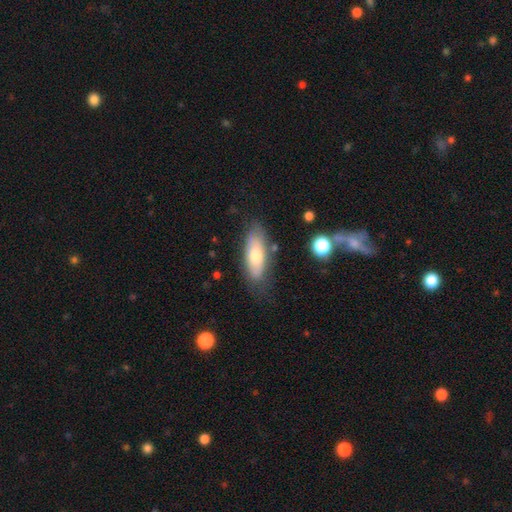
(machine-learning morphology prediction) Smooth or featured? smooth (59%)
How rounded? in between (68%)
Merging? none (72%)